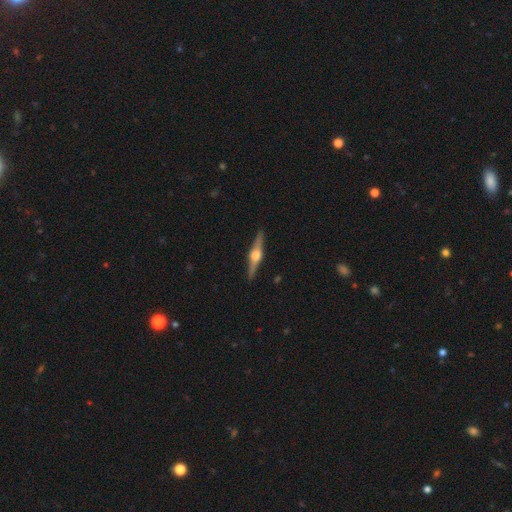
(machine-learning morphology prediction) Smooth or featured? featured or disk (82%)
Edge-on disk? yes (98%)
Edge-on bulge? rounded (93%)
Merging? none (91%)